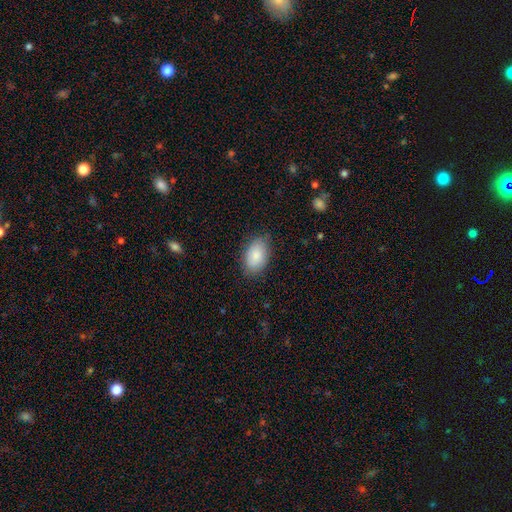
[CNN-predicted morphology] type=smooth (86%); roundness=in between (91%); merging=none (80%).